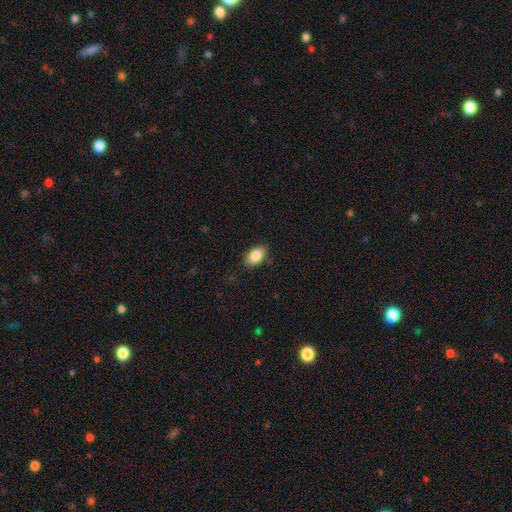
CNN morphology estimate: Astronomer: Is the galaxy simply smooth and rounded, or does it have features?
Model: smooth — 85%.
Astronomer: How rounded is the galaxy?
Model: in between — 91%.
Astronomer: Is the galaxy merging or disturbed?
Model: none — 86%.